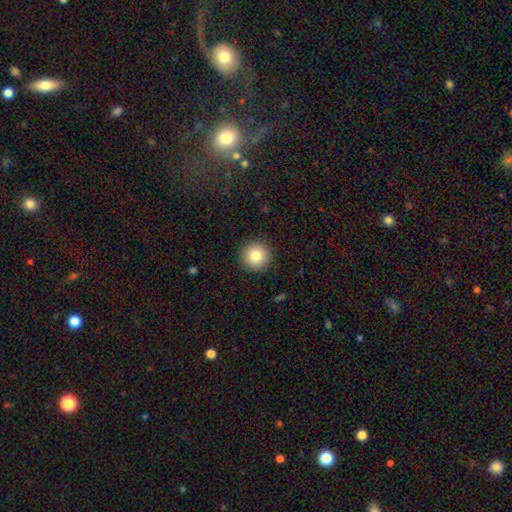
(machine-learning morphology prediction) smooth_or_featured: smooth (p=0.82) [alt: star or artifact p=0.10]
how_rounded: round (p=0.96) [alt: in between p=0.03]
merging: none (p=0.92) [alt: minor disturbance p=0.05]